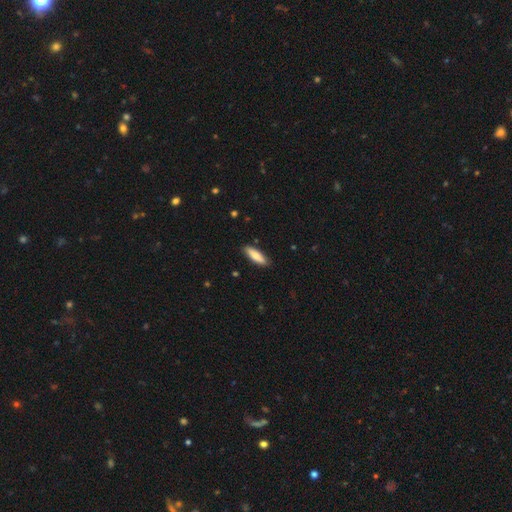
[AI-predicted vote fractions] Q: Smooth or featured?
A: smooth (79%); runner-up: featured or disk (16%)
Q: How rounded?
A: cigar-shaped (53%); runner-up: in between (45%)
Q: Merging?
A: none (87%); runner-up: minor disturbance (10%)